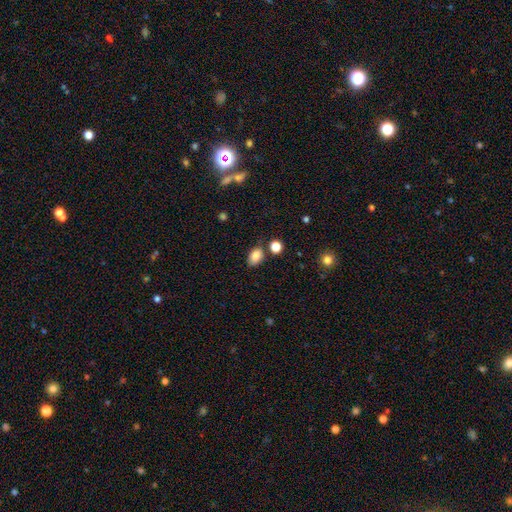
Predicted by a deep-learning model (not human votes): This is clearly a smooth galaxy (84%). How rounded: clearly in between (81%). Merging: likely none (77%).